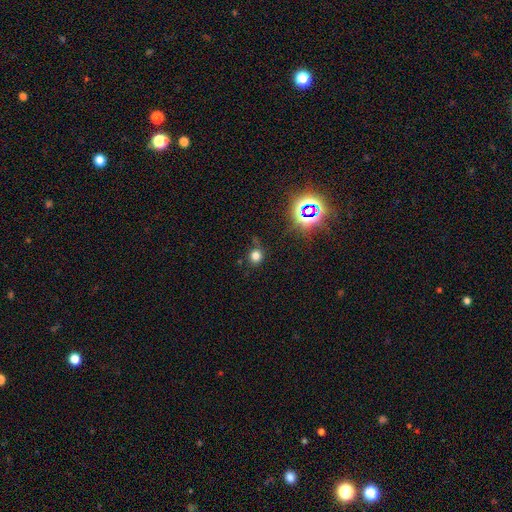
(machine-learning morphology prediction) A smooth galaxy with no disk features (72%) that is round (85%). Merging: none (76%).